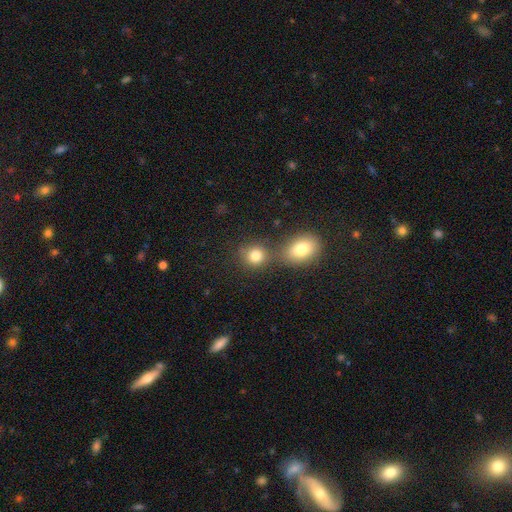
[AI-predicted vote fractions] Morphology: type=smooth (81%); roundness=round (79%); merging=none (57%).